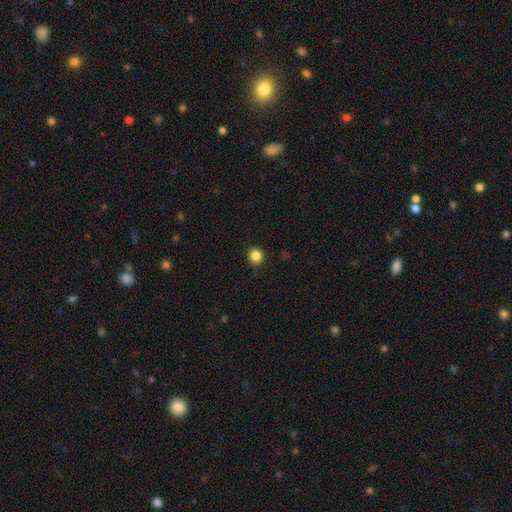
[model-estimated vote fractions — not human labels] Smooth or featured? Predicted: smooth (p=0.85). How rounded? Predicted: round (p=0.88). Merging? Predicted: none (p=0.88).